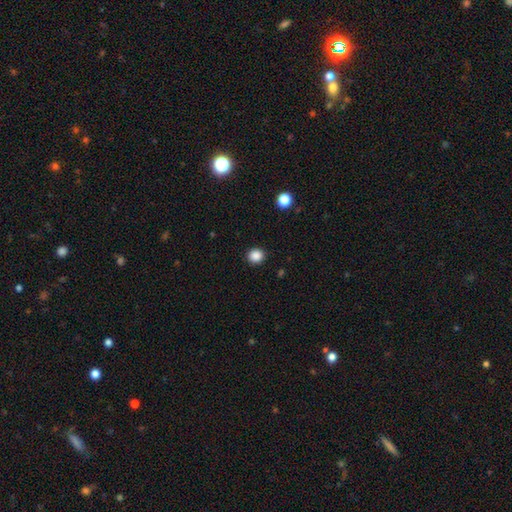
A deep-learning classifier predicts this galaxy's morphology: A smooth galaxy with no disk features (87%) that is round (87%).

Vote fractions:
- Smooth or featured? smooth: 87% / star or artifact: 11% / featured or disk: 2%
- How rounded? round: 87% / in between: 13% / cigar-shaped: 1%
- Merging? none: 92% / minor disturbance: 5% / major disturbance: 2% / merger: 1%